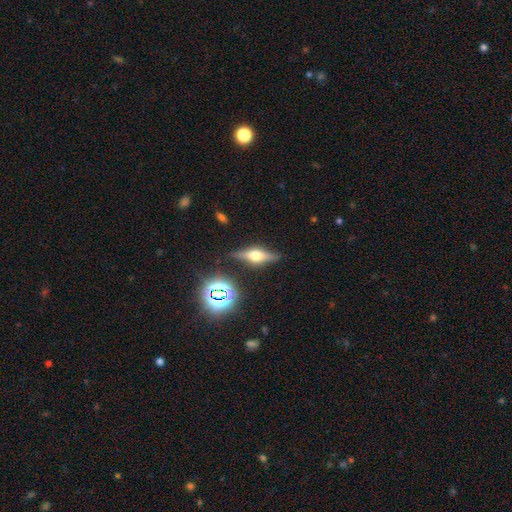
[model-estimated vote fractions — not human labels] A featured or disk galaxy (60%) viewed edge-on (92%) with a rounded central bulge (93%). Merging: none (82%).